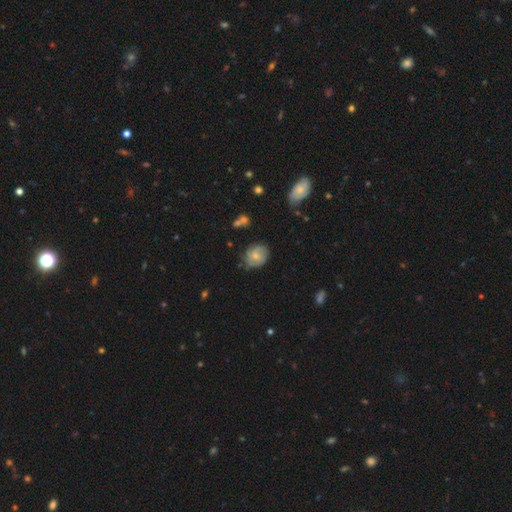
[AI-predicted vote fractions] This appears to be a featured or disk galaxy (46%). Merging: none (67%).